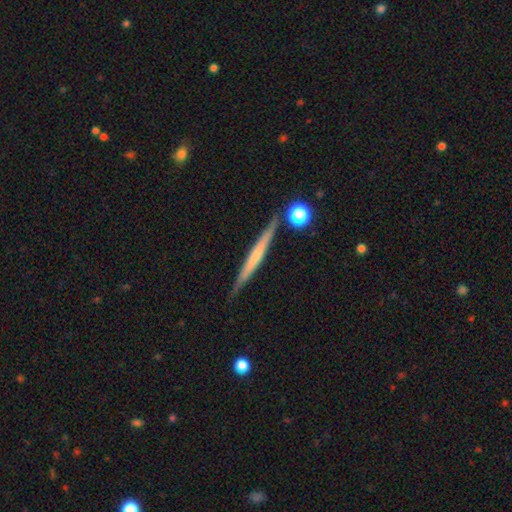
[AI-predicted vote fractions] A featured or disk galaxy (51%) viewed edge-on (96%). Merging: none (85%).